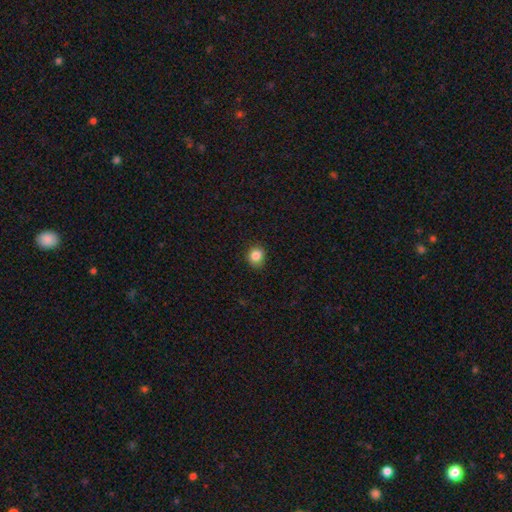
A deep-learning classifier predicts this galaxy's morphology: A smooth galaxy with no disk features (84%) that is round (80%).

Vote fractions:
- Smooth or featured? smooth: 84% / star or artifact: 11% / featured or disk: 5%
- How rounded? round: 80% / in between: 19% / cigar-shaped: 1%
- Merging? none: 86% / minor disturbance: 10% / major disturbance: 2% / merger: 1%